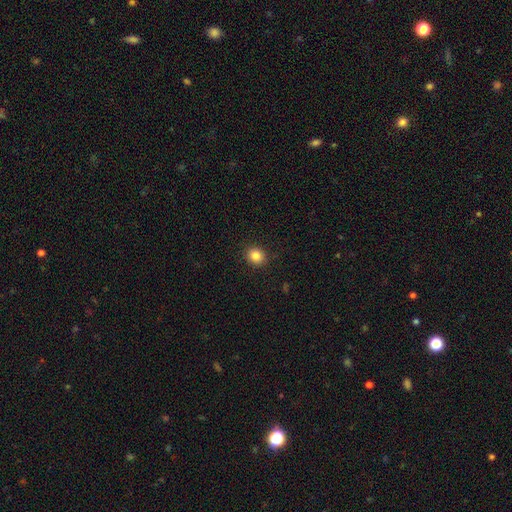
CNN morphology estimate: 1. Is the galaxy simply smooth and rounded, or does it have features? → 84% smooth, 10% star or artifact, 5% featured or disk.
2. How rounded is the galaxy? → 70% round, 29% in between, 1% cigar-shaped.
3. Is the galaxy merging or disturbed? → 90% none, 7% minor disturbance, 2% major disturbance, 1% merger.